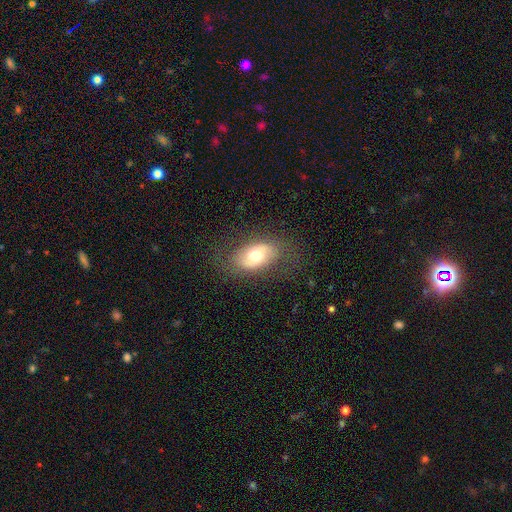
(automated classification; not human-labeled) Morphology: type=smooth (57%); roundness=in between (88%); merging=none (74%).